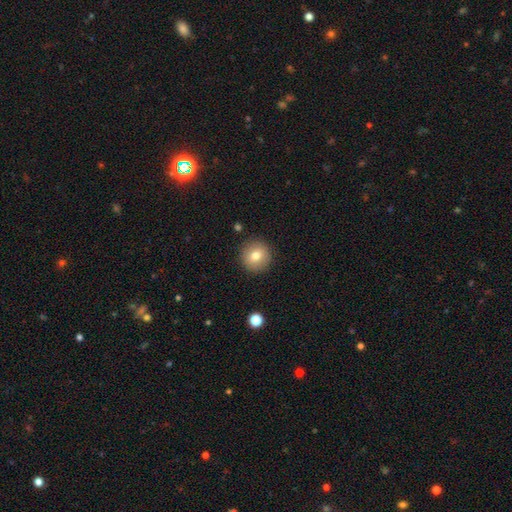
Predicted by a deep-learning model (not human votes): Smooth or featured: smooth — 78% (featured or disk — 13%)
How rounded: round — 94% (in between — 5%)
Merging: none — 90% (minor disturbance — 6%)